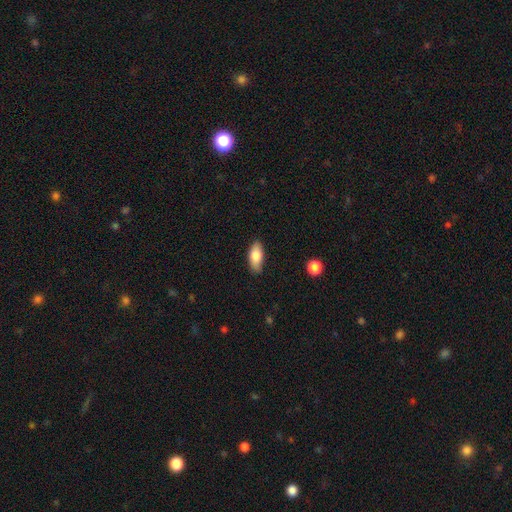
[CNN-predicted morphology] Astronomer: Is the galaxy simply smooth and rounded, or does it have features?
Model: smooth — 81%.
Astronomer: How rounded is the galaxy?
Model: in between — 86%.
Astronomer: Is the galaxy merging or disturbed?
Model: none — 83%.